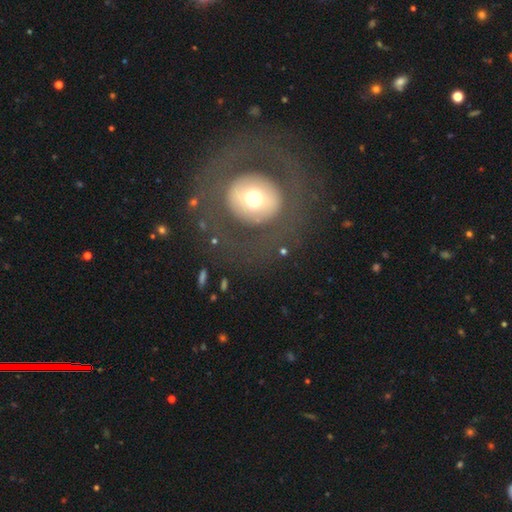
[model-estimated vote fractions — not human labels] The model was most divided on "smooth or featured": featured or disk: 54%, smooth: 37%, star or artifact: 9%. More confident: edge-on disk — no (94%); merging — none (83%); spiral arms — no (81%); bar — no (78%); bulge size — moderate (53%).